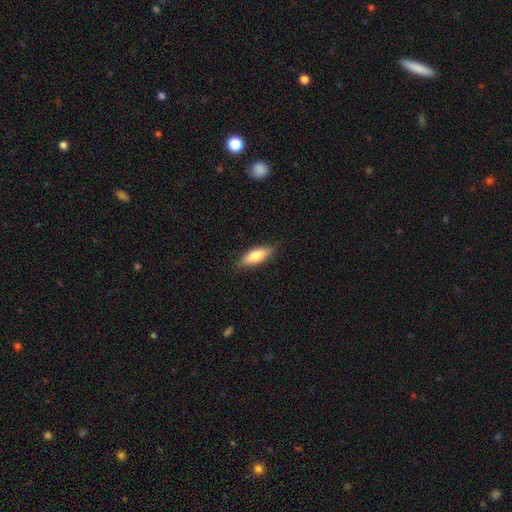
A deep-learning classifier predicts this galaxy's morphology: The model was most divided on "how rounded": in between: 57%, cigar-shaped: 41%, round: 2%. More confident: merging — none (86%); smooth or featured — smooth (75%).